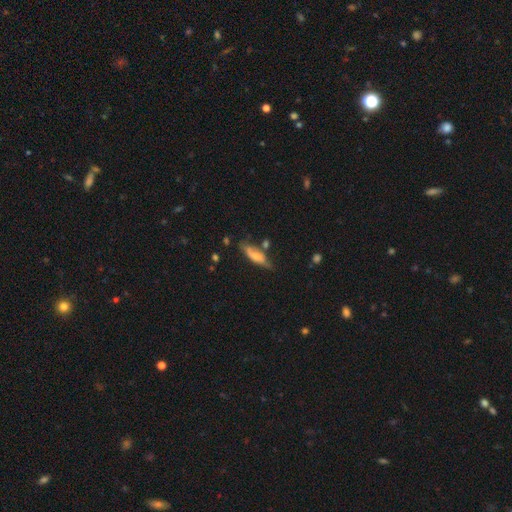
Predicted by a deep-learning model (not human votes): A smooth galaxy with no disk features (61%) that is in between round and cigar-shaped (51%).

Vote fractions:
- Smooth or featured? smooth: 61% / featured or disk: 32% / star or artifact: 7%
- How rounded? in between: 51% / cigar-shaped: 47% / round: 2%
- Merging? none: 58% / minor disturbance: 26% / merger: 8% / major disturbance: 7%